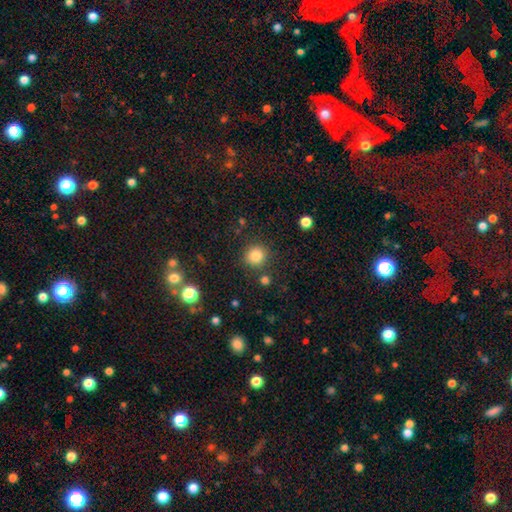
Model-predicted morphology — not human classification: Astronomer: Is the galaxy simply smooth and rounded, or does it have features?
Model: smooth — 83%.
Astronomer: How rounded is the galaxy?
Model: round — 91%.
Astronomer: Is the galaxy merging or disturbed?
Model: none — 85%.